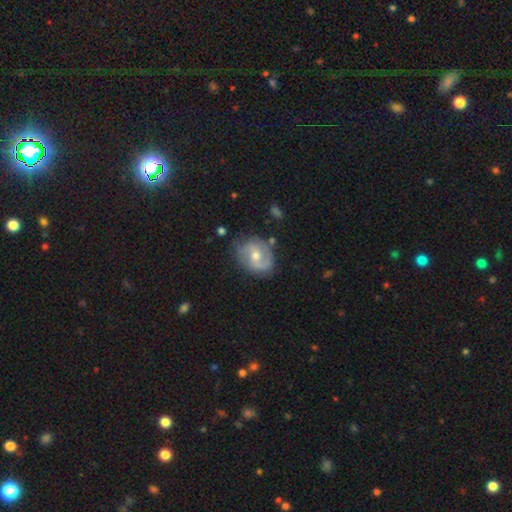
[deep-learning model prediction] The model was most divided on "bar" (2-way tie): weak: 44%, no: 44%, strong: 12%. Remaining: edge-on disk — no (97%); spiral arms — yes (88%); spiral arm count — 2 (81%); smooth or featured — featured or disk (75%); merging — none (72%); bulge size — moderate (63%); spiral winding — medium (45%).